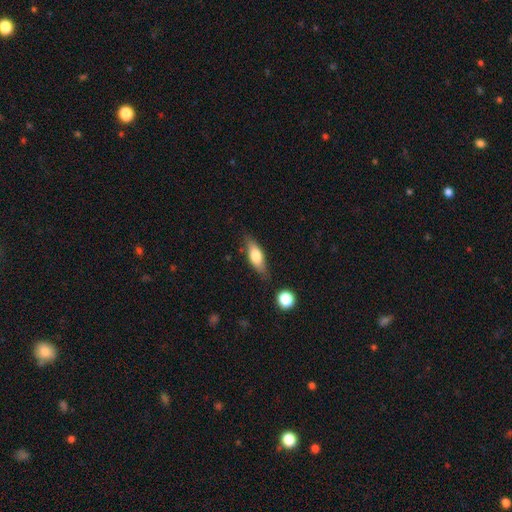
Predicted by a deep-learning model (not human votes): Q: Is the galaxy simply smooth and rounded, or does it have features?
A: smooth — 63%.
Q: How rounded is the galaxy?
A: in between — 63%.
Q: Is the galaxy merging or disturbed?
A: none — 74%.